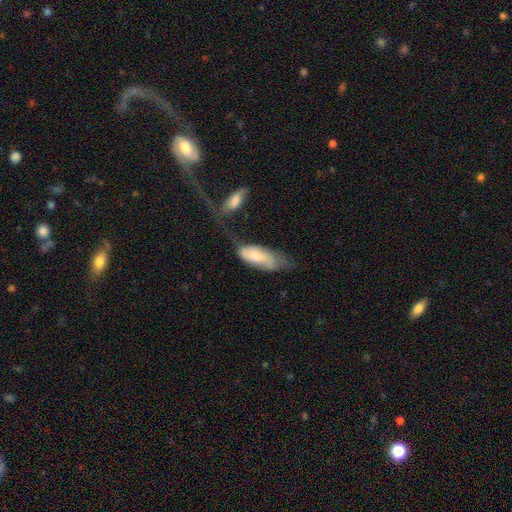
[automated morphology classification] The model was most divided on "merging": none: 28%, minor disturbance: 26%, major disturbance: 25%, merger: 21%. More confident: how rounded — in between (79%); smooth or featured — smooth (60%).